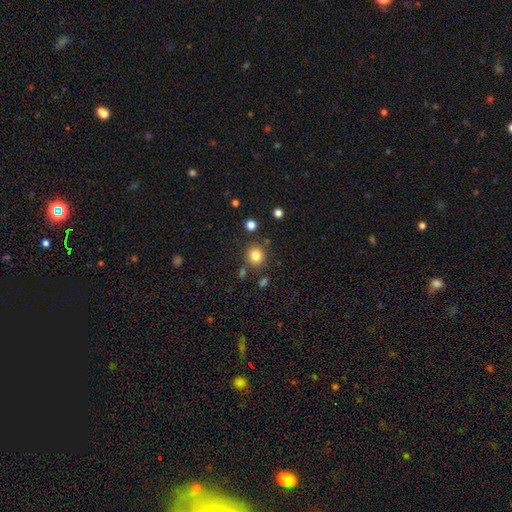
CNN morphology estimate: Overall: smooth (82%). How rounded: round (86%). Merging: none (83%).